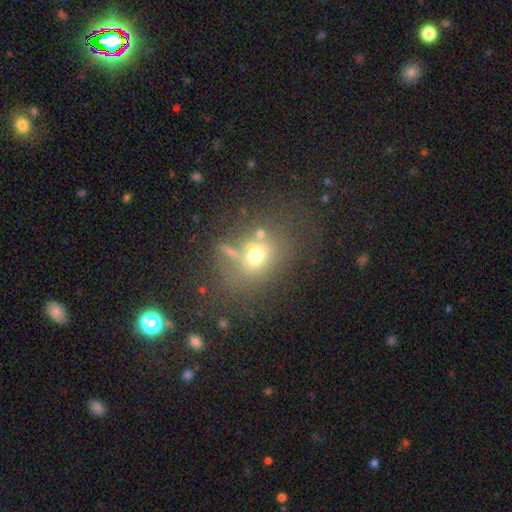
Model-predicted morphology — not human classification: Smooth or featured?
  - smooth: 61% *
  - featured or disk: 19%
  - star or artifact: 19%
How rounded?
  - round: 57% *
  - in between: 41%
  - cigar-shaped: 2%
Merging?
  - none: 56% *
  - minor disturbance: 17%
  - merger: 15%
  - major disturbance: 12%